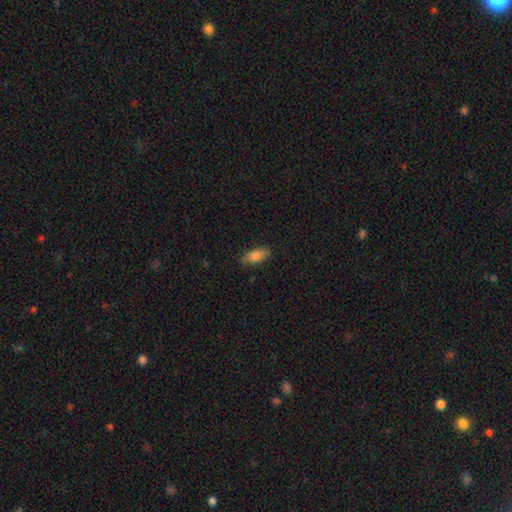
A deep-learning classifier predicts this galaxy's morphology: type=smooth (87%); roundness=in between (88%); merging=none (84%).